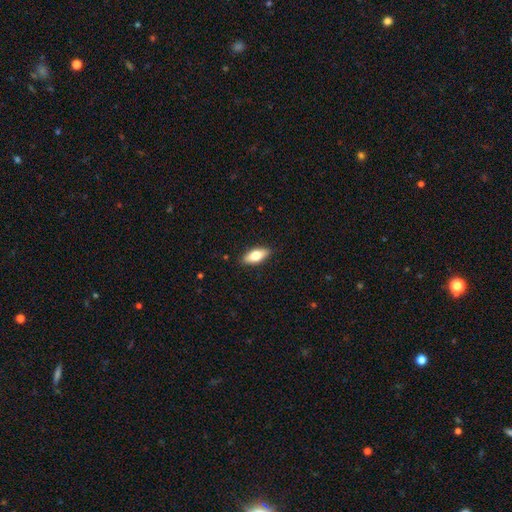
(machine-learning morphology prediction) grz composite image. It shows a smooth galaxy with no disk features (69%) that is in between round and cigar-shaped (79%). Merging: none (89%).